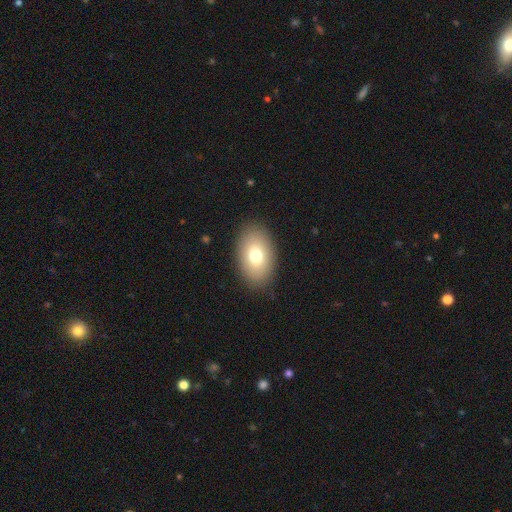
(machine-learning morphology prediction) Q: Smooth or featured?
A: smooth (75%); runner-up: featured or disk (16%)
Q: How rounded?
A: in between (90%); runner-up: round (9%)
Q: Merging?
A: none (88%); runner-up: minor disturbance (8%)